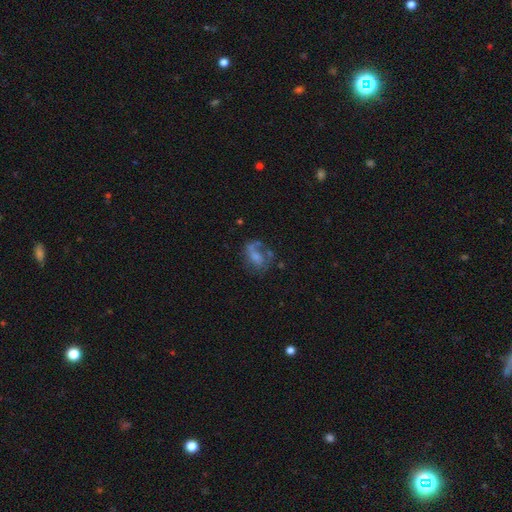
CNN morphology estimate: Q: Smooth or featured?
A: featured or disk (51%); runner-up: smooth (37%)
Q: Edge-on disk?
A: no (97%); runner-up: yes (3%)
Q: Merging?
A: major disturbance (36%); runner-up: none (35%)